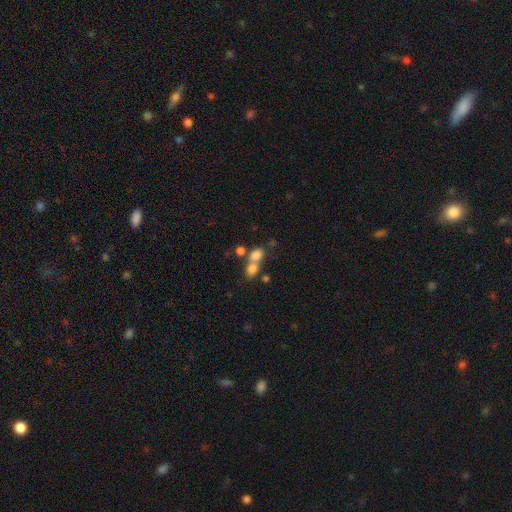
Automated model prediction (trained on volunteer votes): Smooth or featured: smooth — 77% (star or artifact — 12%)
How rounded: in between — 62% (round — 36%)
Merging: merger — 57% (none — 30%)